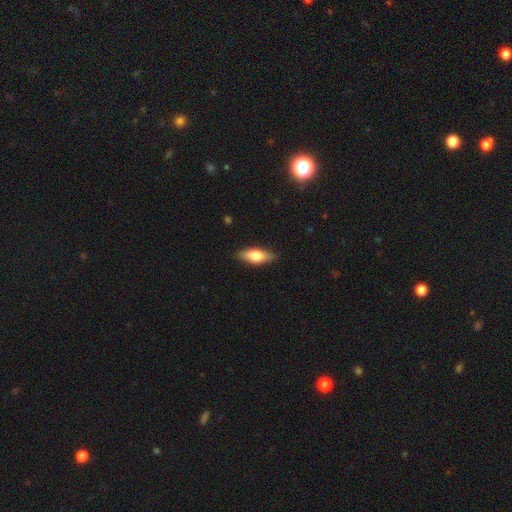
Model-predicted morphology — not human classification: smooth 66%, featured or disk 28%, star or artifact 6%. Down the decision tree: how rounded — in between (68%); merging — none (86%).